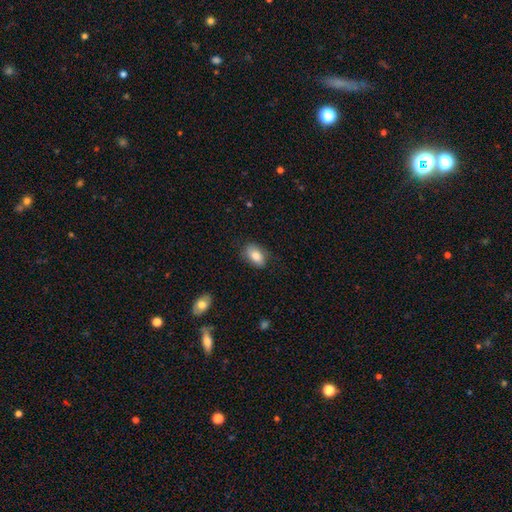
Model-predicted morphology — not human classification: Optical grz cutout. It shows a smooth galaxy with no disk features (82%) that is in between round and cigar-shaped (91%). Merging: none (76%).